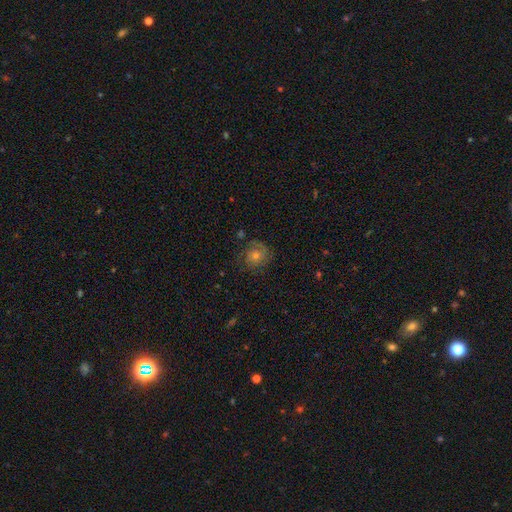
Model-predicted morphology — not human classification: smooth-or-featured: featured or disk: 61% | smooth: 24% | star or artifact: 15%
  disk-edge-on: no: 97% | yes: 3%
    bar: no: 78% | weak: 19% | strong: 3%
    has-spiral-arms: yes: 90% | no: 10%
      spiral-winding: tight: 60% | medium: 31% | loose: 9%
      spiral-arm-count: 2: 41% | can't tell: 30% | 3: 12% | 1: 10% | 4: 4% | more than 4: 4%
    bulge-size: moderate: 58% | small: 36% | large: 4% | none: 2% | dominant: 1%
  merging: none: 77% | minor disturbance: 14% | major disturbance: 7% | merger: 2%